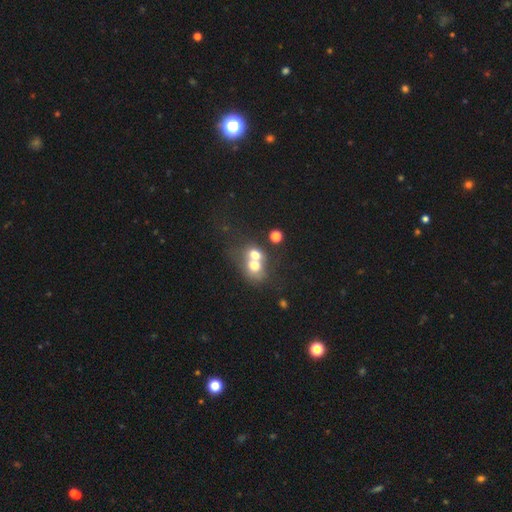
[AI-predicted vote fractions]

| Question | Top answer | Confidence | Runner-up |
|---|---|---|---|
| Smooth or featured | smooth | 62% | featured or disk (25%) |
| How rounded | round | 56% | in between (43%) |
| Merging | merger | 68% | none (21%) |